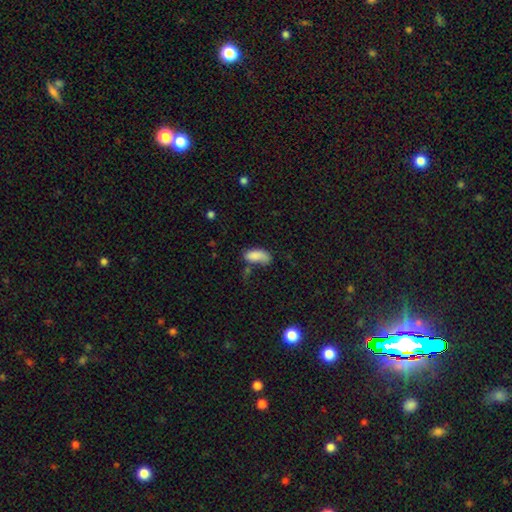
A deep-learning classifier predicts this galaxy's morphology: smooth 82%, featured or disk 10%, star or artifact 9%. Down the decision tree: how rounded — in between (87%); merging — none (36%).